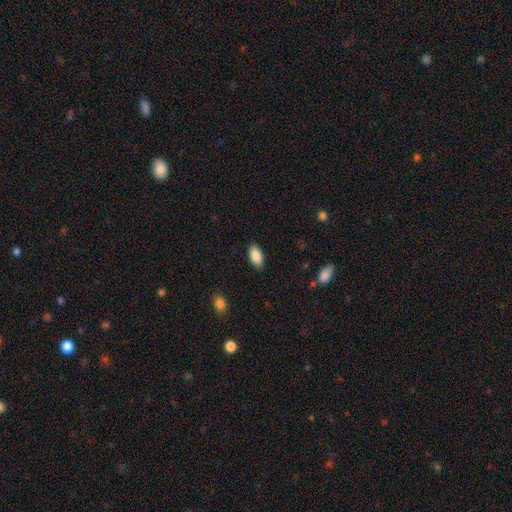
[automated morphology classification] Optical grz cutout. It shows a smooth galaxy with no disk features (87%) that is in between round and cigar-shaped (93%). Merging: none (88%).